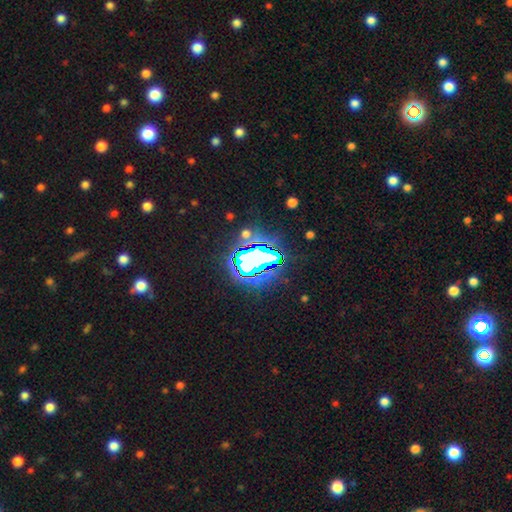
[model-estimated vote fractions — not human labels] Morphology: type=star or artifact (67%).